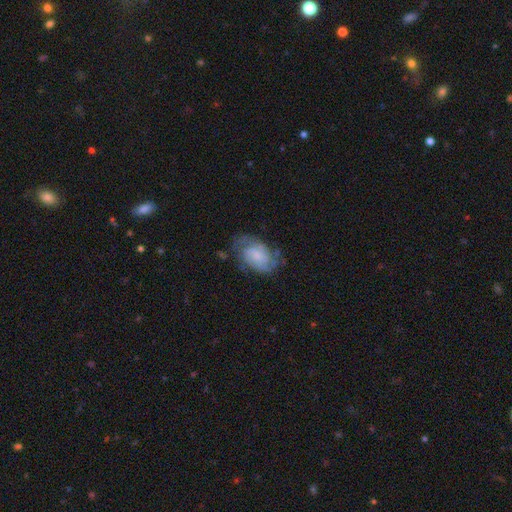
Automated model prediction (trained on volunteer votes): smooth-or-featured: featured or disk: 64% | smooth: 29% | star or artifact: 7%
  disk-edge-on: no: 97% | yes: 3%
    bar: no: 67% | weak: 29% | strong: 4%
    has-spiral-arms: yes: 86% | no: 14%
      spiral-winding: tight: 44% | medium: 41% | loose: 15%
      spiral-arm-count: 2: 47% | can't tell: 32% | 3: 10% | 1: 4% | 4: 4% | more than 4: 3%
    bulge-size: small: 58% | moderate: 23% | none: 14% | large: 4% | dominant: 2%
  merging: none: 57% | minor disturbance: 26% | major disturbance: 15% | merger: 2%